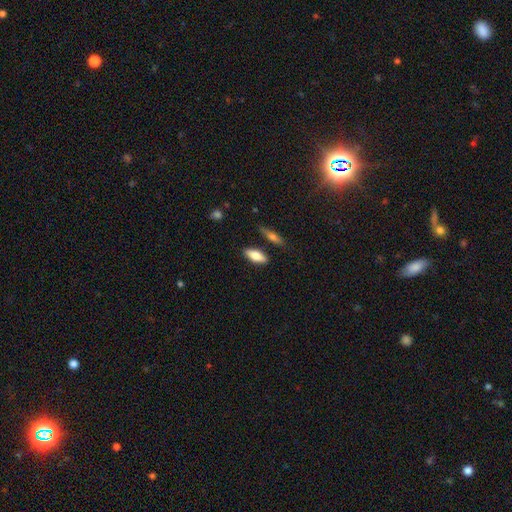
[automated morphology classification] This appears to be a smooth galaxy with no disk features (75%) that is in between round and cigar-shaped (73%). Merging: none (82%).